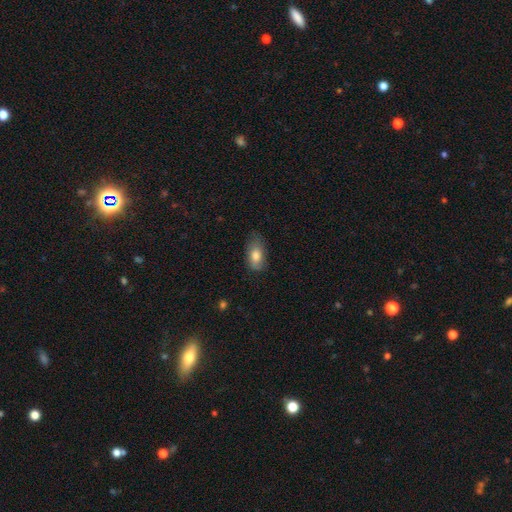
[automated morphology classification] type=smooth (79%); roundness=in between (89%); merging=none (64%).